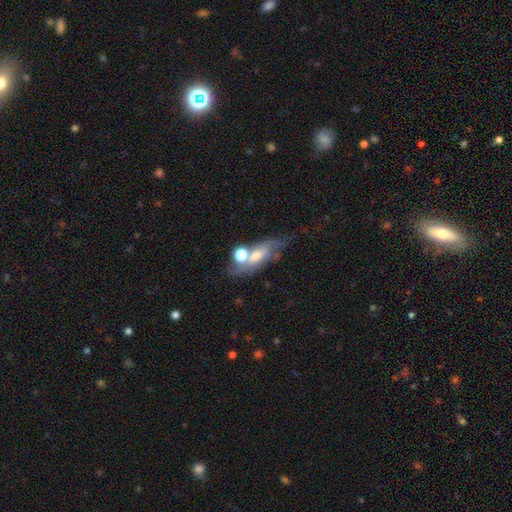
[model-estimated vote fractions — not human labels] featured or disk 47%, smooth 39%, star or artifact 14%. Down the decision tree: merging — none (35%).